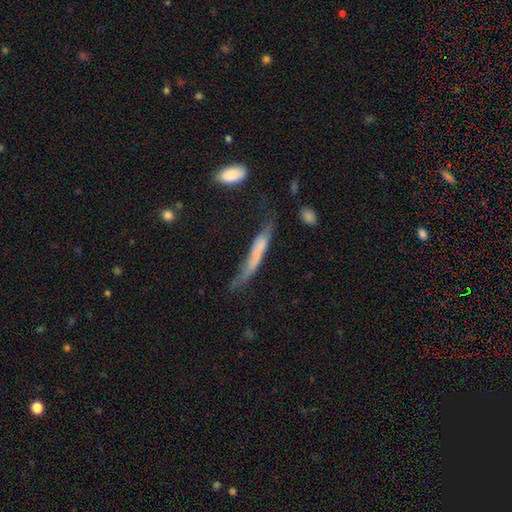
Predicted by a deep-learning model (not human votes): smooth-or-featured: smooth: 51% | featured or disk: 40% | star or artifact: 8%
  how-rounded: cigar-shaped: 90% | in between: 8% | round: 2%
  merging: none: 32% | minor disturbance: 31% | major disturbance: 31% | merger: 7%